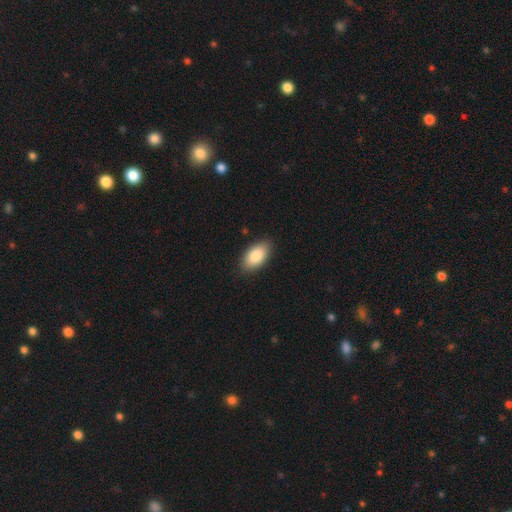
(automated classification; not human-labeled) smooth 88%, featured or disk 6%, star or artifact 6%. Down the decision tree: how rounded — in between (94%); merging — none (87%).